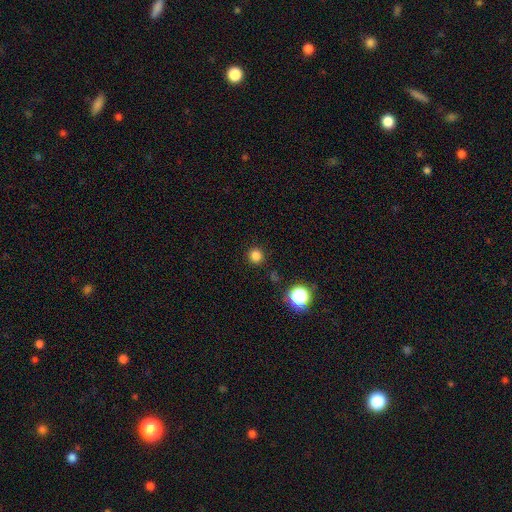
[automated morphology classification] smooth_or_featured: smooth (p=0.81) [alt: star or artifact p=0.15]
how_rounded: round (p=0.95) [alt: in between p=0.04]
merging: none (p=0.91) [alt: minor disturbance p=0.05]